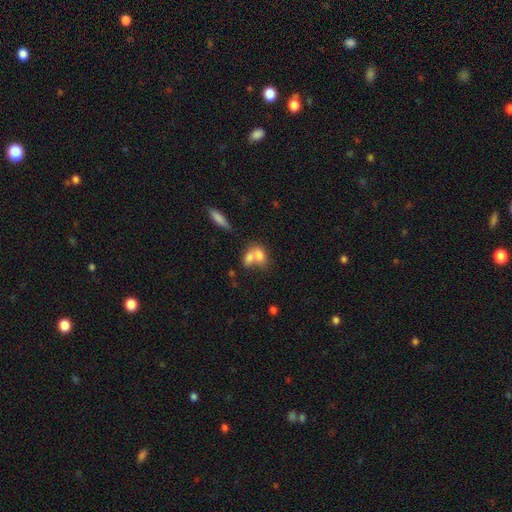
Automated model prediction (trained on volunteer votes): Smooth or featured?
  - smooth: 74% *
  - featured or disk: 17%
  - star or artifact: 9%
How rounded?
  - in between: 77% *
  - round: 19%
  - cigar-shaped: 4%
Merging?
  - merger: 64% *
  - none: 23%
  - minor disturbance: 8%
  - major disturbance: 5%